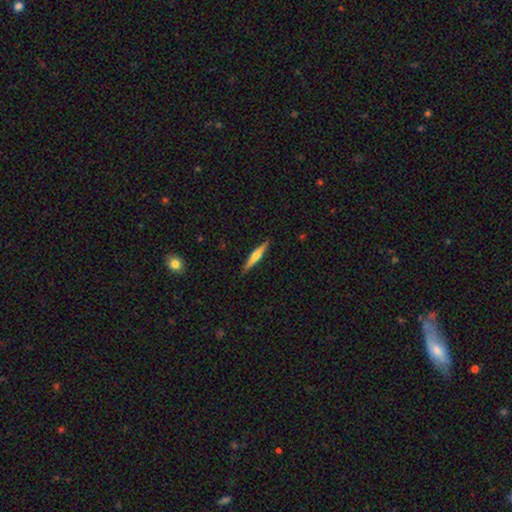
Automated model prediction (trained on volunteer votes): A featured or disk galaxy (54%) viewed edge-on (97%) with a rounded central bulge (79%). Merging: none (90%).